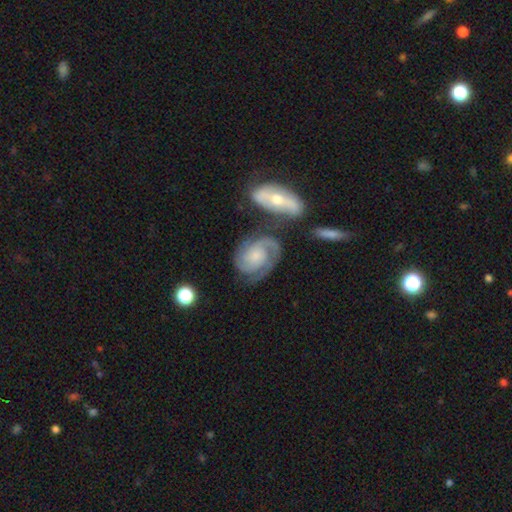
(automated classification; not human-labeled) This is clearly a featured or disk galaxy (84%). It is clearly not viewed edge-on (97%). Bar: likely no (69%). Spiral arm pattern: clearly yes (97%). Spiral arm count: likely 2 (74%). Spiral winding: possibly tight (55%). Central bulge: possibly small (46%). Merging: likely none (61%).